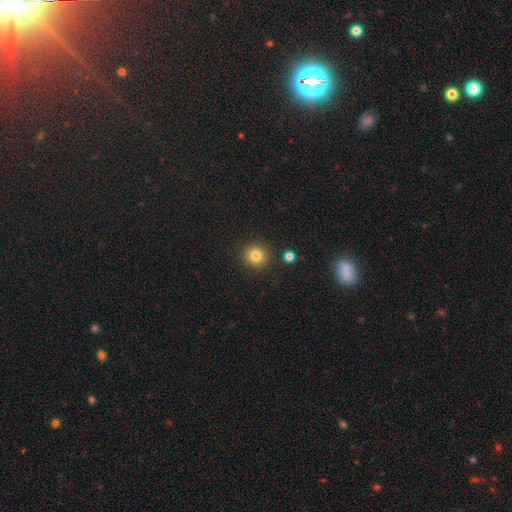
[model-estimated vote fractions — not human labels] smooth-or-featured: smooth: 82% | star or artifact: 12% | featured or disk: 6%
  how-rounded: round: 92% | in between: 8% | cigar-shaped: 1%
  merging: none: 88% | minor disturbance: 7% | merger: 3% | major disturbance: 2%